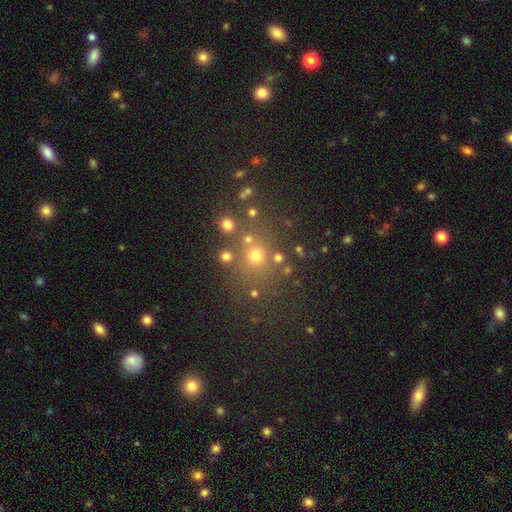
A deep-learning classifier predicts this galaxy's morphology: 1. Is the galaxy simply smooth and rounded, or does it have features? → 54% smooth, 33% star or artifact, 13% featured or disk.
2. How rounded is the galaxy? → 81% round, 18% in between, 1% cigar-shaped.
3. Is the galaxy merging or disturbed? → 71% none, 13% merger, 11% minor disturbance, 5% major disturbance.